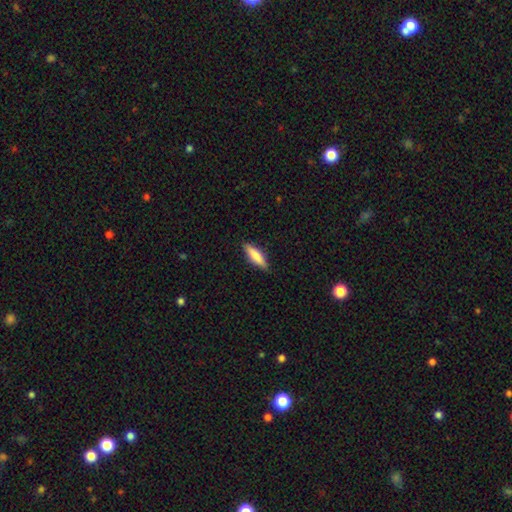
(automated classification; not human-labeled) Q: Smooth or featured?
A: smooth (73%); runner-up: featured or disk (21%)
Q: How rounded?
A: cigar-shaped (66%); runner-up: in between (32%)
Q: Merging?
A: none (87%); runner-up: minor disturbance (10%)